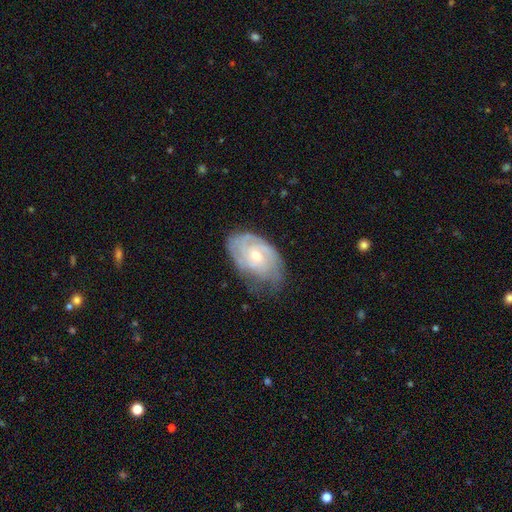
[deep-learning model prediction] A featured or disk galaxy (78%) with no bar (70%), tight (67%) spiral arms (91%) and a moderate central bulge (50%).

Vote fractions:
- Smooth or featured? featured or disk: 78% / smooth: 16% / star or artifact: 6%
- Edge-on disk? no: 95% / yes: 5%
- Bar? no: 70% / weak: 26% / strong: 4%
- Spiral arms? yes: 91% / no: 9%
- Spiral winding? tight: 67% / medium: 27% / loose: 7%
- Spiral arm count? can't tell: 43% / 2: 22% / 3: 18% / 4: 8% / 1: 5% / more than 4: 4%
- Bulge size? moderate: 50% / small: 47% / large: 2% / none: 1% / dominant: 1%
- Merging? none: 62% / minor disturbance: 27% / major disturbance: 9% / merger: 1%